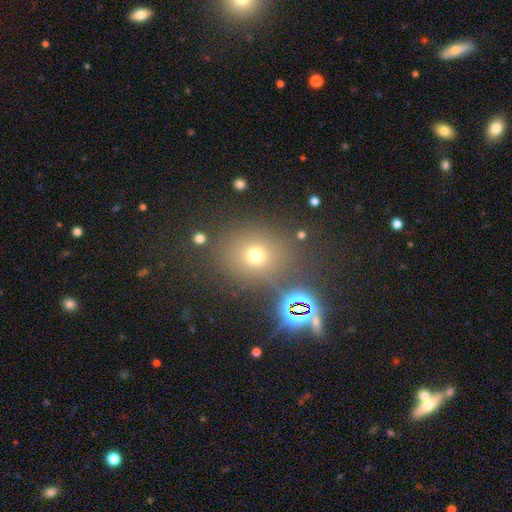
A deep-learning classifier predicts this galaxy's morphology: Smooth or featured: smooth — 62% (star or artifact — 27%)
How rounded: round — 76% (in between — 23%)
Merging: none — 77% (minor disturbance — 11%)